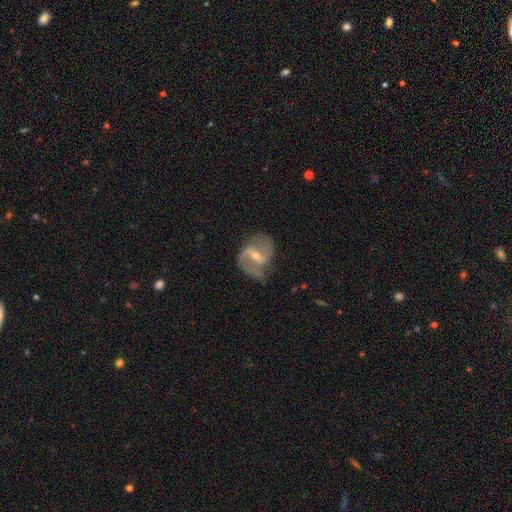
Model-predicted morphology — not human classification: Overall: featured or disk (87%). Edge-on disk: no (97%). Bar: weak (44%; strong 39%). Spiral arms: yes (95%). Spiral arm count: 2 (89%). Spiral winding: medium (48%; loose 36%). Bulge size: small (53%; moderate 44%). Merging: none (71%).